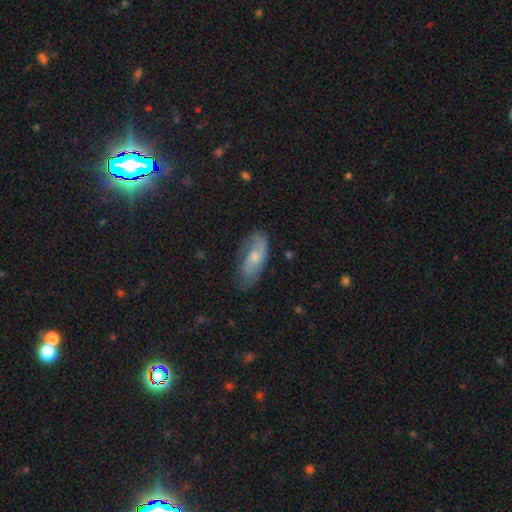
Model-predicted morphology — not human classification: featured or disk 52%, smooth 40%, star or artifact 8%. Down the decision tree: edge-on disk — no (86%); merging — none (69%).